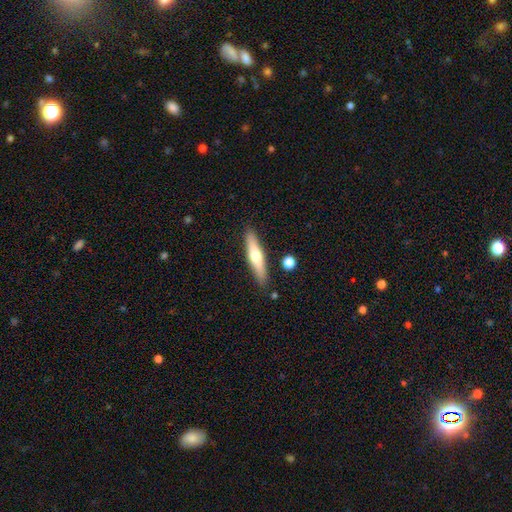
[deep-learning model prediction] A smooth galaxy with no disk features (51%) that is cigar-shaped (83%). Merging: none (86%).